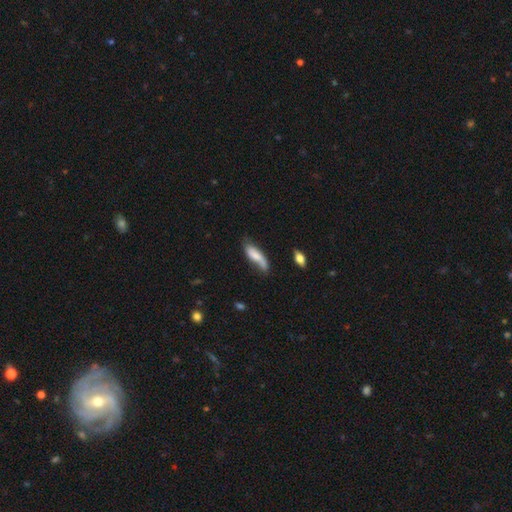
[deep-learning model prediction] Smooth or featured: smooth — 70% (featured or disk — 24%)
How rounded: in between — 51% (cigar-shaped — 47%)
Merging: none — 49% (minor disturbance — 33%)